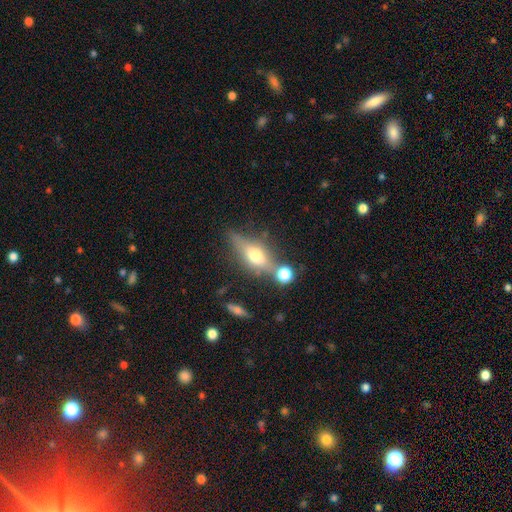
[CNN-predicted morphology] smooth-or-featured: featured or disk: 50% | smooth: 39% | star or artifact: 11%
  disk-edge-on: yes: 82% | no: 18%
  merging: none: 61% | minor disturbance: 16% | merger: 16% | major disturbance: 8%